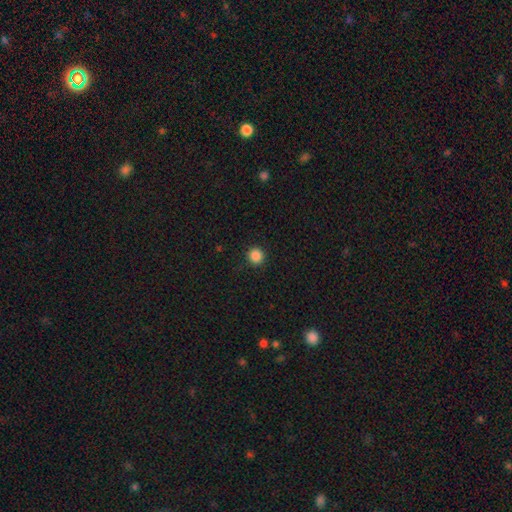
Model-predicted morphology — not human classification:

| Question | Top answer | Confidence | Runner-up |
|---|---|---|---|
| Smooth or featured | smooth | 87% | star or artifact (11%) |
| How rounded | round | 94% | in between (5%) |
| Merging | none | 92% | minor disturbance (6%) |